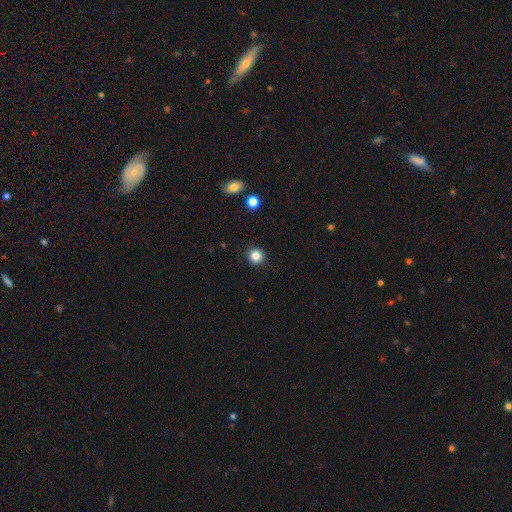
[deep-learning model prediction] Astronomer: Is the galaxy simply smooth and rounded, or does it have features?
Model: smooth — 86%.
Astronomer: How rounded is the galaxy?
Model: round — 94%.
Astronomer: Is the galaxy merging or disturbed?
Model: none — 92%.